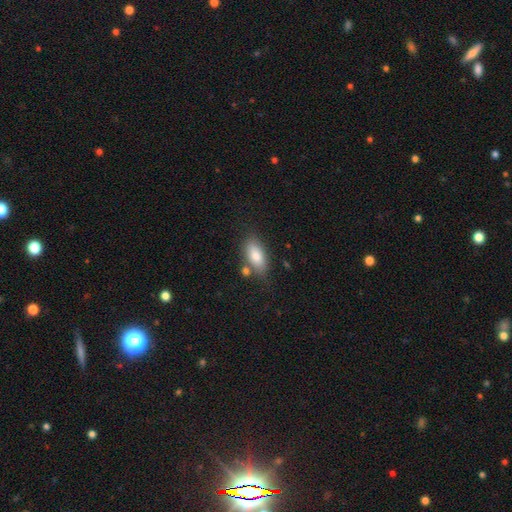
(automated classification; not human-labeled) Smooth or featured? smooth (80%)
How rounded? in between (88%)
Merging? none (71%)